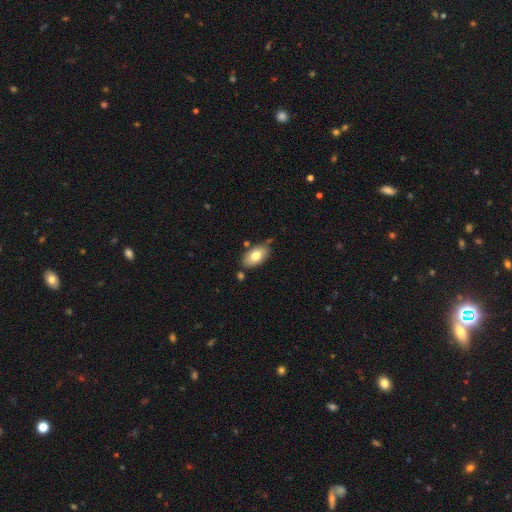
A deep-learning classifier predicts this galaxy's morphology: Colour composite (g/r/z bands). It shows a smooth galaxy with no disk features (75%) that is in between round and cigar-shaped (92%). Merging: none (72%).